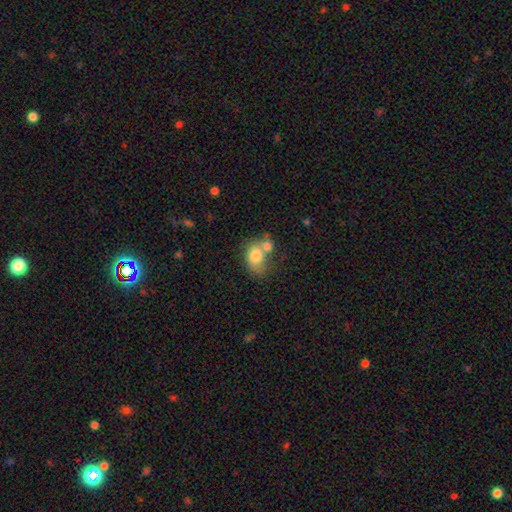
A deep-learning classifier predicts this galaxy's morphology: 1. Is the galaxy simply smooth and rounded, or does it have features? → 76% smooth, 16% featured or disk, 9% star or artifact.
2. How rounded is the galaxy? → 67% in between, 31% round, 1% cigar-shaped.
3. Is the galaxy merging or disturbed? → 47% merger, 31% none, 14% minor disturbance, 8% major disturbance.